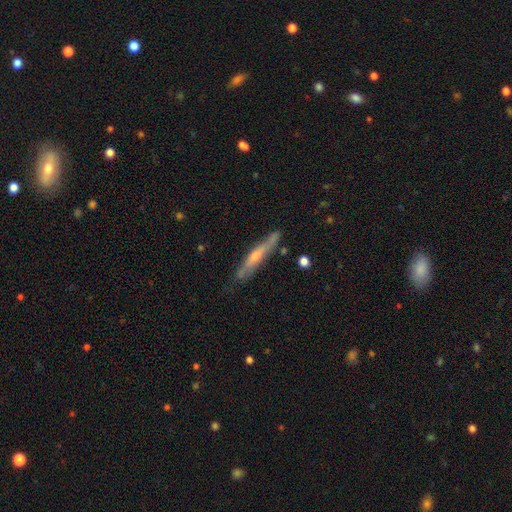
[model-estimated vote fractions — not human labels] smooth_or_featured: featured or disk (p=0.59) [alt: smooth p=0.35]
disk_edge_on: yes (p=0.88) [alt: no p=0.12]
edge_on_bulge: rounded (p=0.59) [alt: none p=0.32]
merging: none (p=0.76) [alt: minor disturbance p=0.18]